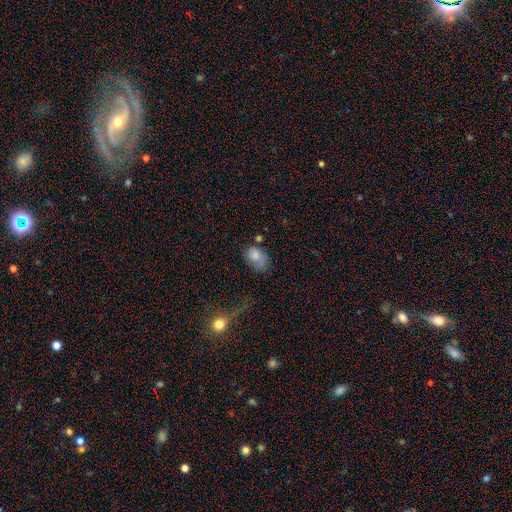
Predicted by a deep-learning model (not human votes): Smooth or featured? Predicted: smooth (p=0.71). How rounded? Predicted: in between (p=0.82). Merging? Predicted: none (p=0.40).